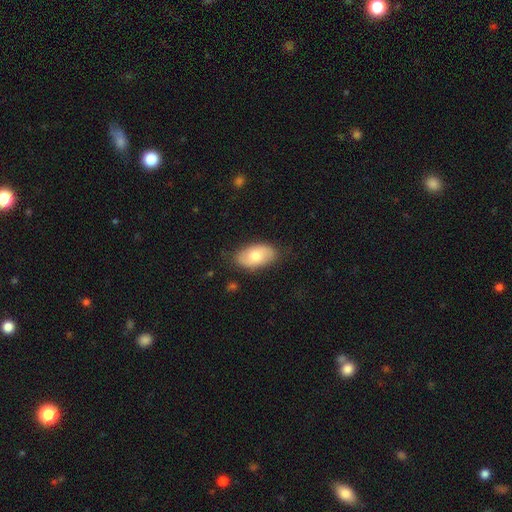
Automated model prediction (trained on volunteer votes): Morphology: type=smooth (64%); roundness=in between (94%); merging=none (80%).